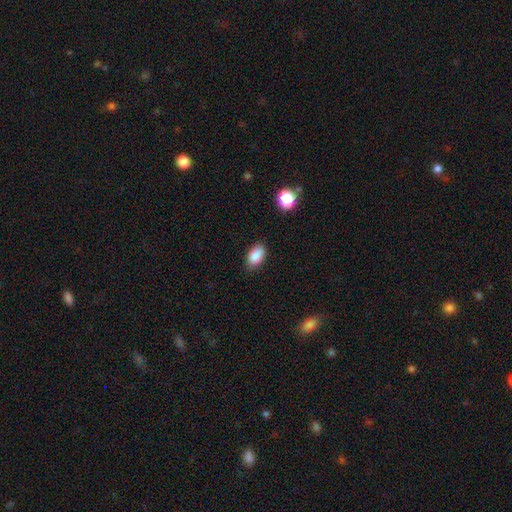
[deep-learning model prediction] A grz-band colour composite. It shows a smooth galaxy with no disk features (88%) that is in between round and cigar-shaped (90%). Merging: none (83%).